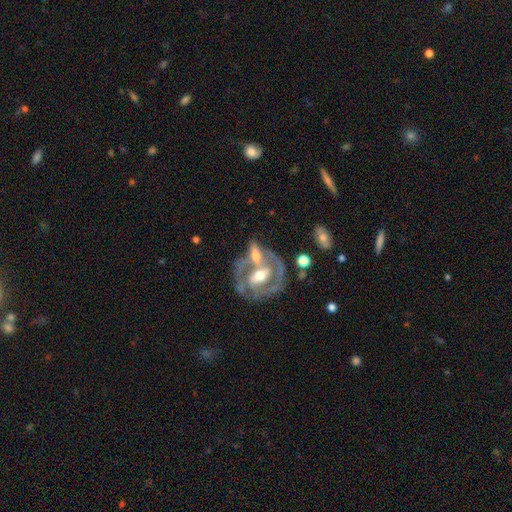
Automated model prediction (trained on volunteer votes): This is likely a featured or disk galaxy (70%). It is clearly not viewed edge-on (91%). Bar: marginally no (44%). Spiral arm pattern: possibly no (53%). Central bulge: likely moderate (69%). Merging: marginally merger (44%).